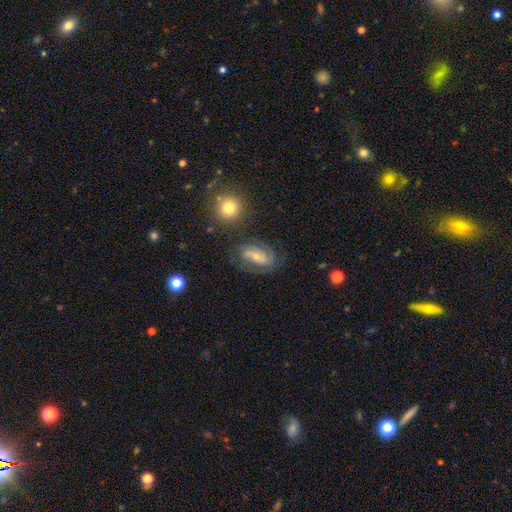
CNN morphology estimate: Smooth or featured?
  - featured or disk: 66% *
  - smooth: 24%
  - star or artifact: 10%
Edge-on disk?
  - no: 94% *
  - yes: 6%
Bar?
  - weak: 39% *
  - no: 34%
  - strong: 27%
Spiral arms?
  - yes: 85% *
  - no: 15%
Spiral winding?
  - medium: 43% *
  - tight: 38%
  - loose: 19%
Spiral arm count?
  - 2: 69% *
  - can't tell: 18%
  - 3: 5%
  - 1: 4%
  - 4: 2%
  - more than 4: 2%
Bulge size?
  - small: 57% *
  - moderate: 37%
  - none: 2%
  - large: 2%
  - dominant: 1%
Merging?
  - none: 68% *
  - minor disturbance: 18%
  - major disturbance: 9%
  - merger: 4%